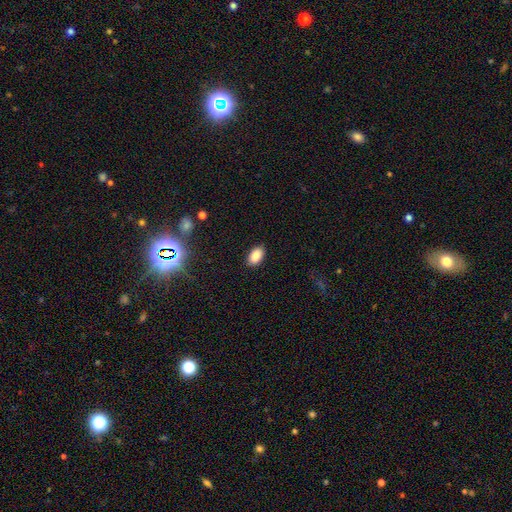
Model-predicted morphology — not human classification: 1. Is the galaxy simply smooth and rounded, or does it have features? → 88% smooth, 9% star or artifact, 4% featured or disk.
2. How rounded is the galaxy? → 93% in between, 5% round, 2% cigar-shaped.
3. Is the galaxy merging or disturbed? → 88% none, 9% minor disturbance, 2% major disturbance, 1% merger.